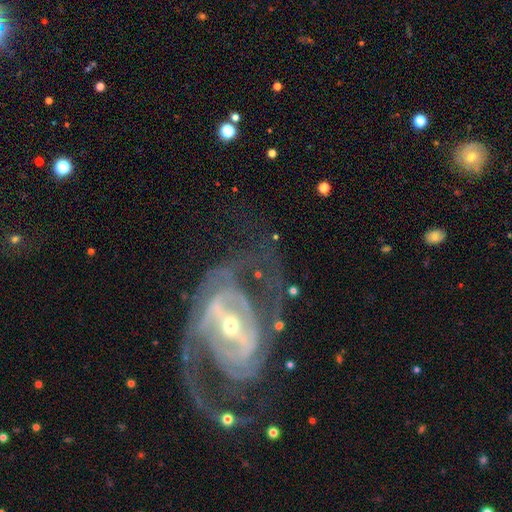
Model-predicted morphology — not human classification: Overall: featured or disk (89%). Edge-on disk: no (96%). Bar: strong (51%; weak 33%). Spiral arms: yes (92%). Spiral arm count: 2 (61%). Spiral winding: medium (43%; tight 40%). Bulge size: small (53%; moderate 42%). Merging: none (56%; major disturbance 25%).